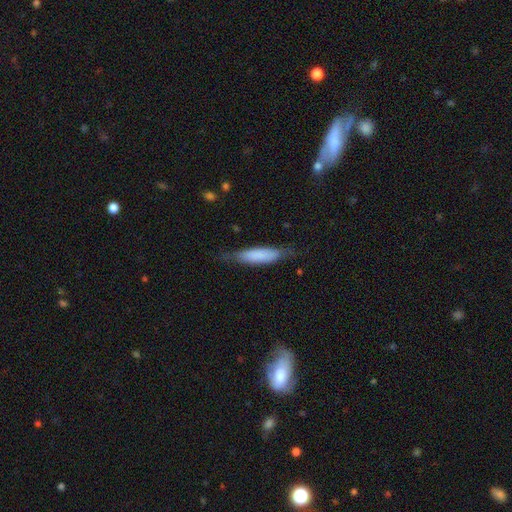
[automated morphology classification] Overall: smooth (68%). How rounded: cigar-shaped (75%). Merging: none (72%).